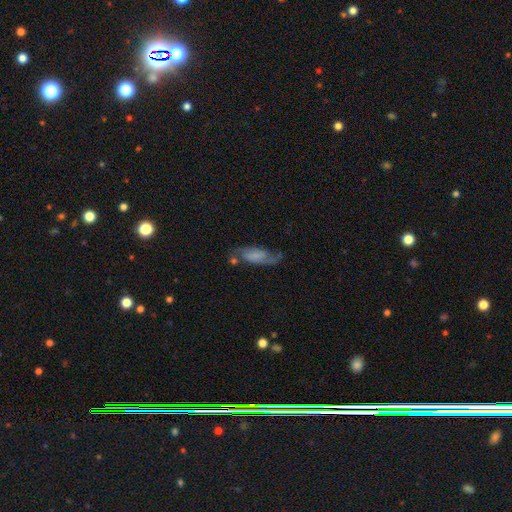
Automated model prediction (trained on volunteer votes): Morphology: type=featured or disk (61%); edge-on=no (88%); bar=no (48%); spiral arms=yes (90%); bulge=none (42%); merging=none (58%).